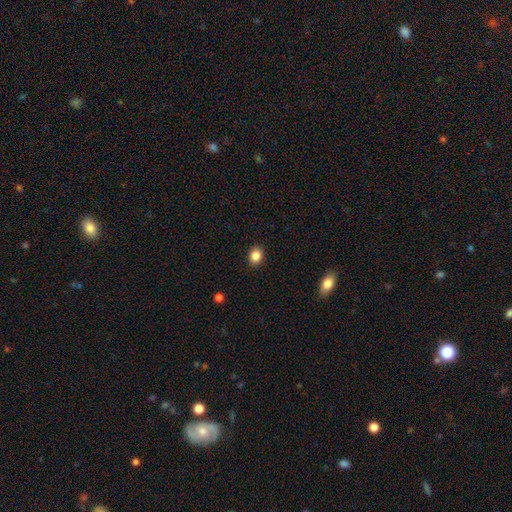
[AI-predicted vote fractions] This is clearly a smooth galaxy (86%). How rounded: possibly round (54%). Merging: clearly none (91%).